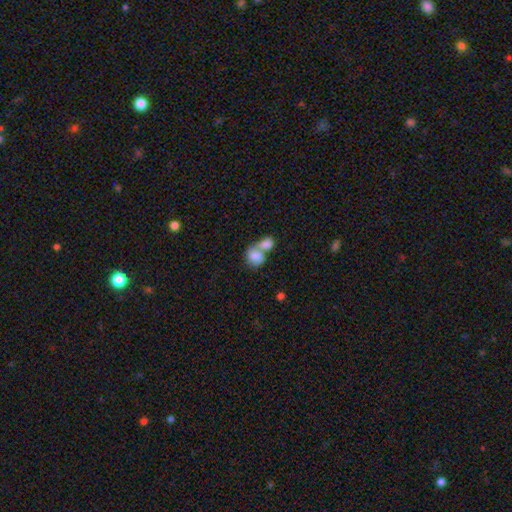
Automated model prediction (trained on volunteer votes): A smooth galaxy with no disk features (80%) that is in between round and cigar-shaped (51%). Merging: merger (71%).